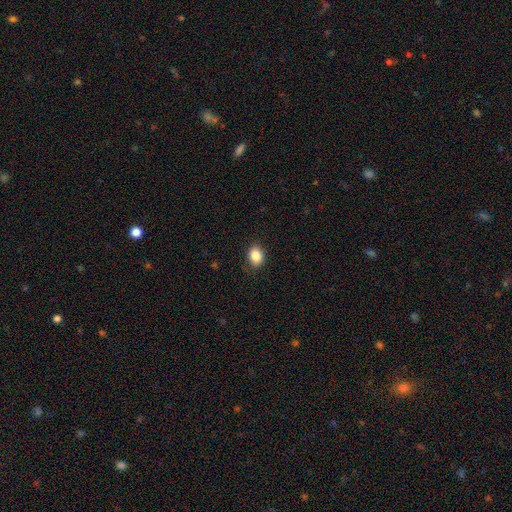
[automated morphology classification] A smooth galaxy with no disk features (86%) that is in between round and cigar-shaped (59%).

Vote fractions:
- Smooth or featured? smooth: 86% / star or artifact: 9% / featured or disk: 5%
- How rounded? in between: 59% / round: 40% / cigar-shaped: 1%
- Merging? none: 86% / minor disturbance: 10% / major disturbance: 2% / merger: 1%